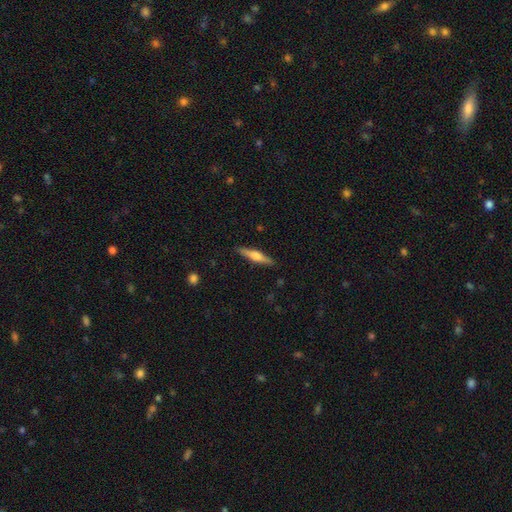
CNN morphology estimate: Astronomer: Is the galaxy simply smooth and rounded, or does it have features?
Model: featured or disk — 50% (runner-up: smooth, 44%).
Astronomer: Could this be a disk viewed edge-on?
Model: yes — 96%.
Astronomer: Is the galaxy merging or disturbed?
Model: none — 89%.